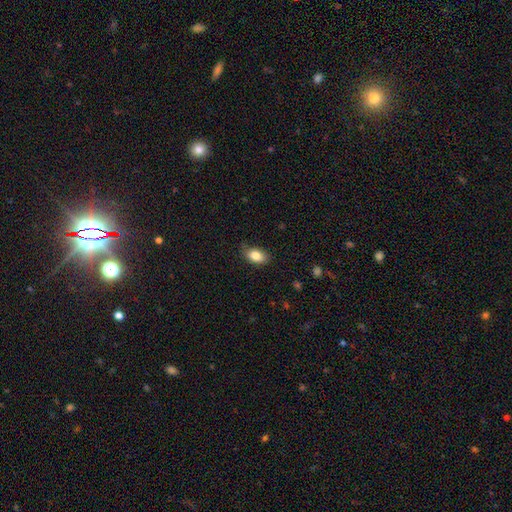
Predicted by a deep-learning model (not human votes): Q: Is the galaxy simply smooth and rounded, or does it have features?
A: smooth — 84%.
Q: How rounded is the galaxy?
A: in between — 89%.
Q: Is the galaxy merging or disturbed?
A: none — 79%.